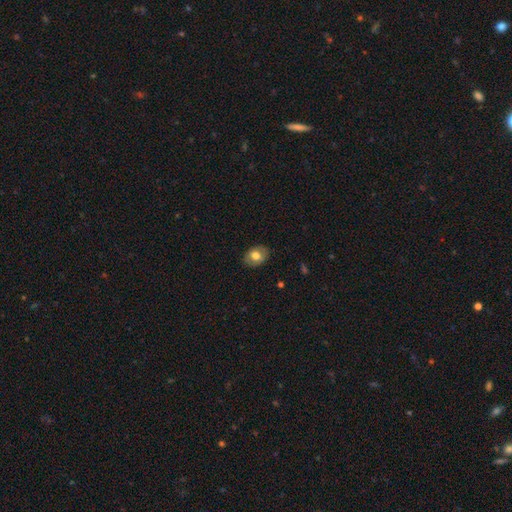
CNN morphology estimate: This is likely a smooth galaxy (71%). How rounded: likely in between (71%). Merging: clearly none (84%).